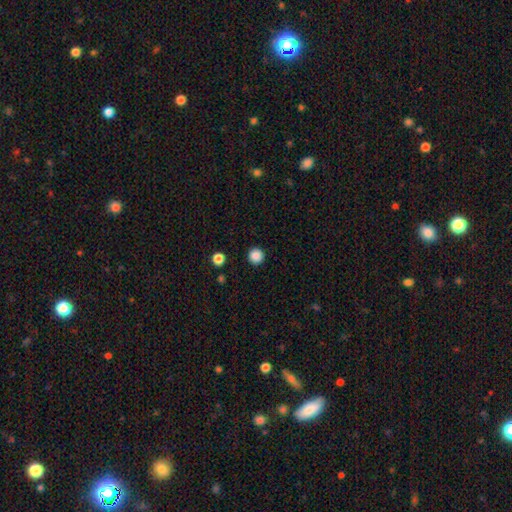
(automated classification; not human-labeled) Q: Smooth or featured?
A: smooth (87%); runner-up: star or artifact (10%)
Q: How rounded?
A: round (96%); runner-up: in between (3%)
Q: Merging?
A: none (93%); runner-up: minor disturbance (4%)